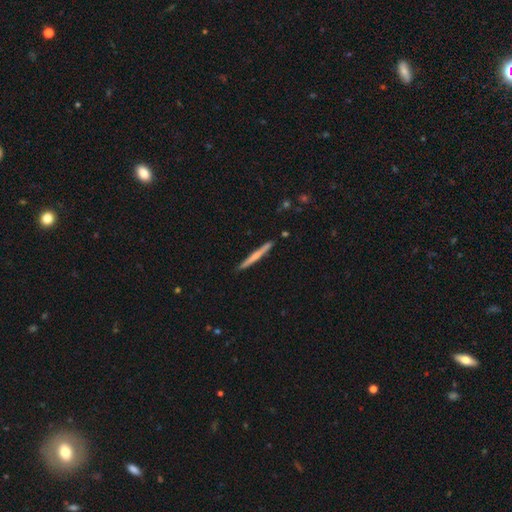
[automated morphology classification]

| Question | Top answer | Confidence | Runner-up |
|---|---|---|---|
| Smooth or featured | smooth | 48% | featured or disk (46%) |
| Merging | none | 91% | minor disturbance (6%) |